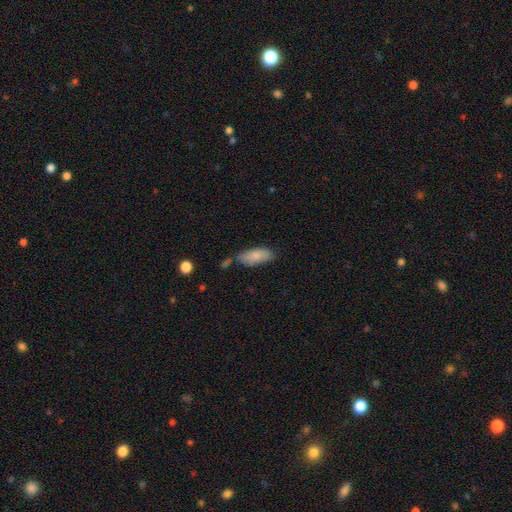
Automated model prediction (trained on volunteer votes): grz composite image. It shows a smooth galaxy with no disk features (83%) that is in between round and cigar-shaped (78%). Merging: none (63%).